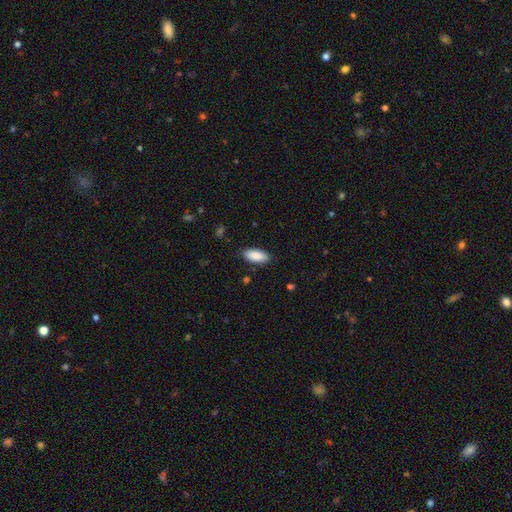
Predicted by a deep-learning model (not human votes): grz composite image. It shows a smooth galaxy with no disk features (89%) that is in between round and cigar-shaped (86%). Merging: none (86%).